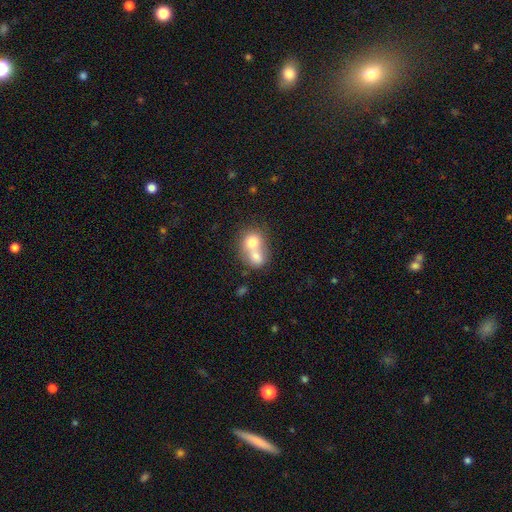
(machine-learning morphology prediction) A smooth galaxy with no disk features (70%) that is round (63%).

Vote fractions:
- Smooth or featured? smooth: 70% / featured or disk: 22% / star or artifact: 9%
- How rounded? round: 63% / in between: 36% / cigar-shaped: 1%
- Merging? merger: 75% / none: 18% / minor disturbance: 5% / major disturbance: 3%